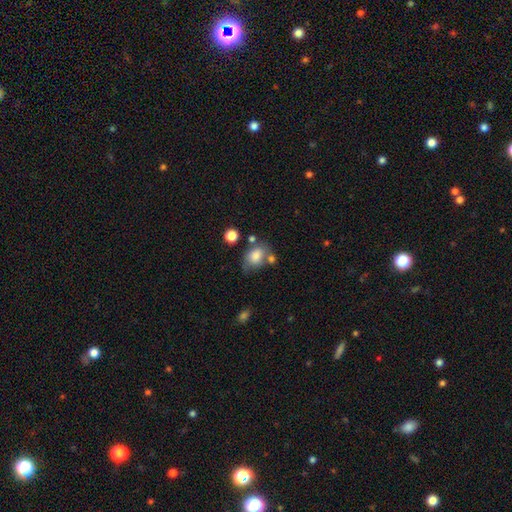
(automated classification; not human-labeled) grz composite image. It shows a smooth galaxy with no disk features (77%) that is in between round and cigar-shaped (66%). Merging: none (47%).